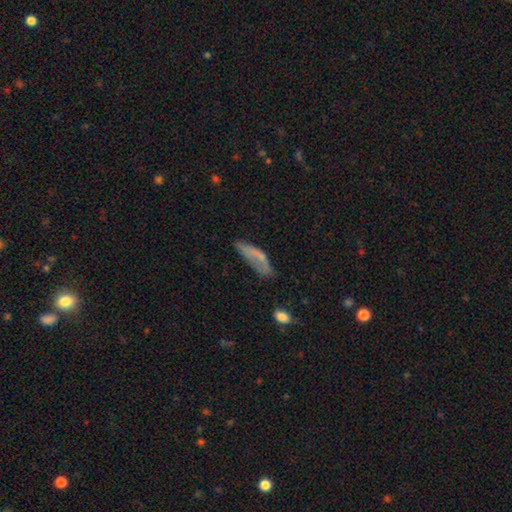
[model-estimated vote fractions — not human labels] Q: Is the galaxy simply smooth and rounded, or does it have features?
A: smooth — 63%.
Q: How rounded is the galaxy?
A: cigar-shaped — 52%.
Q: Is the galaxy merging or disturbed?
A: none — 42%.